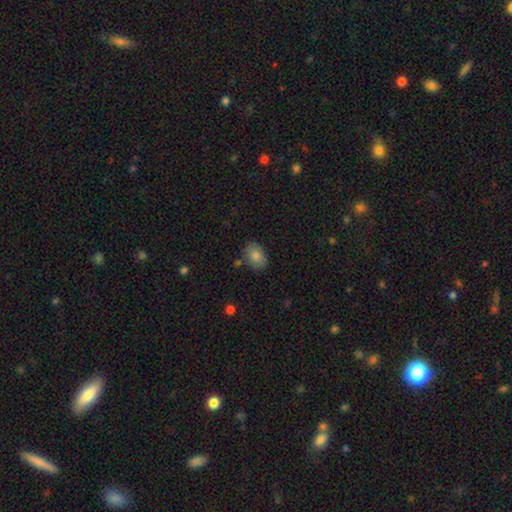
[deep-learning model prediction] Q: Smooth or featured?
A: smooth (81%); runner-up: featured or disk (11%)
Q: How rounded?
A: in between (75%); runner-up: round (23%)
Q: Merging?
A: none (80%); runner-up: minor disturbance (14%)